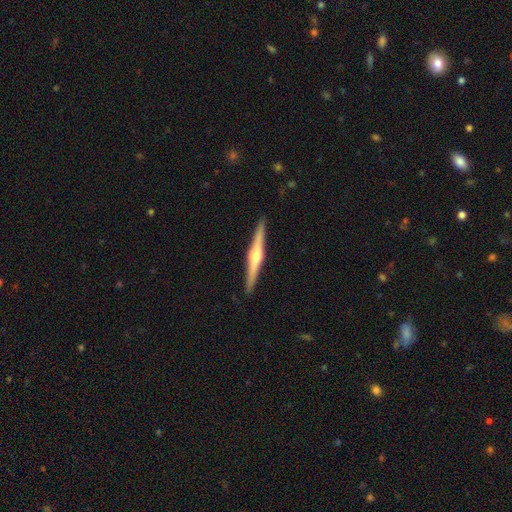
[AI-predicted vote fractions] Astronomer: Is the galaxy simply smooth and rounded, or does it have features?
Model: featured or disk — 77%.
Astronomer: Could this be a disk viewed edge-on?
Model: yes — 98%.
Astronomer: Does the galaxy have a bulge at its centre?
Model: rounded — 92%.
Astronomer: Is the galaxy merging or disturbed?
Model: none — 92%.